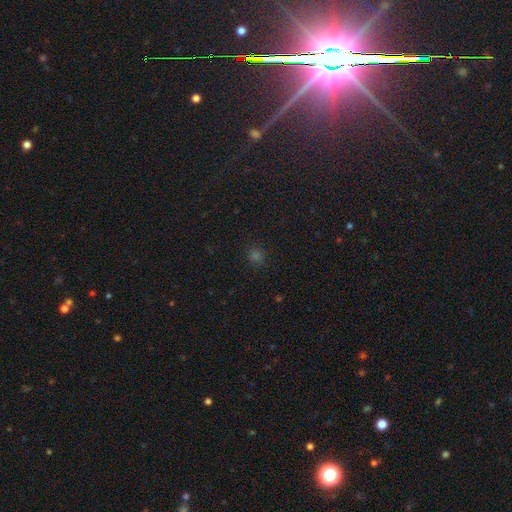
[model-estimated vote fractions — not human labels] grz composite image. It shows a smooth galaxy with no disk features (64%) that is round (91%). Merging: none (90%).